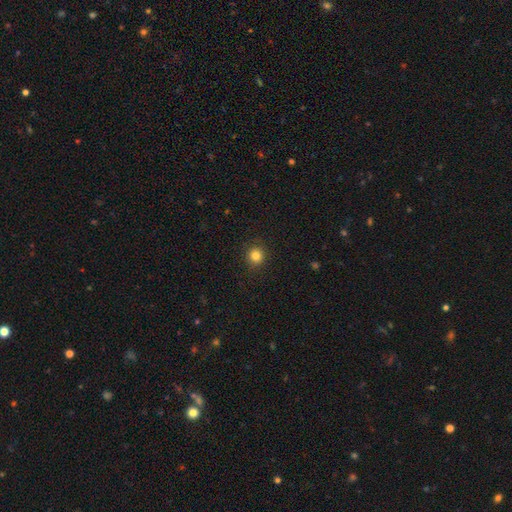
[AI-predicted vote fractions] Smooth or featured?
  - smooth: 83% *
  - star or artifact: 12%
  - featured or disk: 5%
How rounded?
  - round: 92% *
  - in between: 7%
  - cigar-shaped: 1%
Merging?
  - none: 91% *
  - minor disturbance: 6%
  - major disturbance: 2%
  - merger: 1%